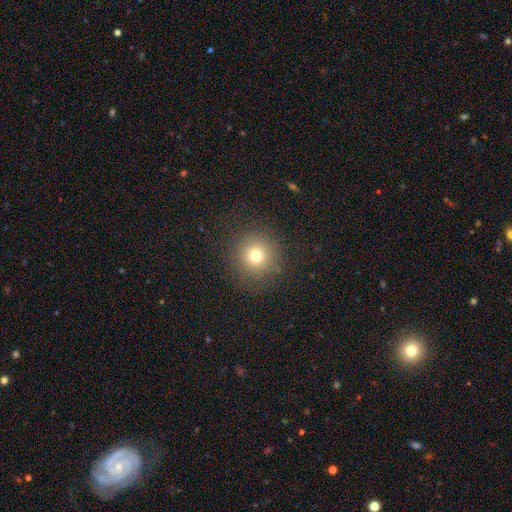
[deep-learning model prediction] Overall: smooth (74%). How rounded: round (94%). Merging: none (88%).